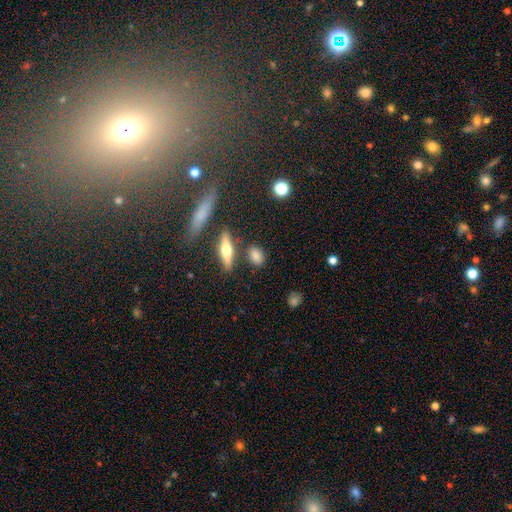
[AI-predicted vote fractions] smooth-or-featured: smooth: 79% | featured or disk: 12% | star or artifact: 9%
  how-rounded: in between: 70% | round: 19% | cigar-shaped: 11%
  merging: none: 78% | minor disturbance: 12% | merger: 6% | major disturbance: 4%